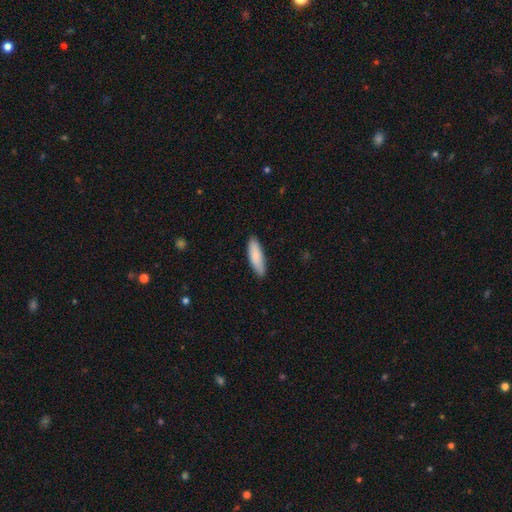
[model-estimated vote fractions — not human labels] Smooth or featured: smooth — 86% (featured or disk — 8%)
How rounded: cigar-shaped — 55% (in between — 44%)
Merging: none — 87% (minor disturbance — 10%)